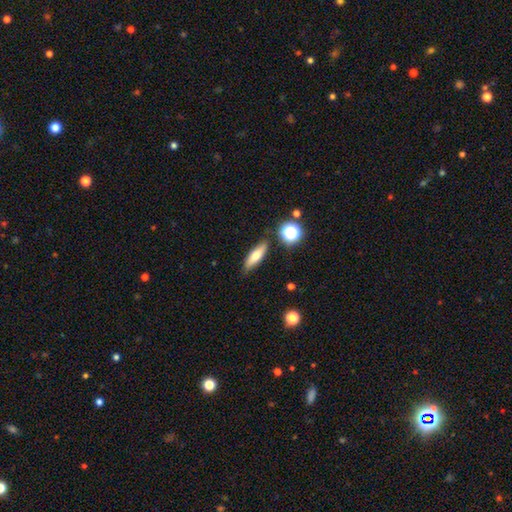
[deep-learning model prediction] smooth 69%, featured or disk 22%, star or artifact 9%. Down the decision tree: how rounded — cigar-shaped (53%); merging — none (82%).